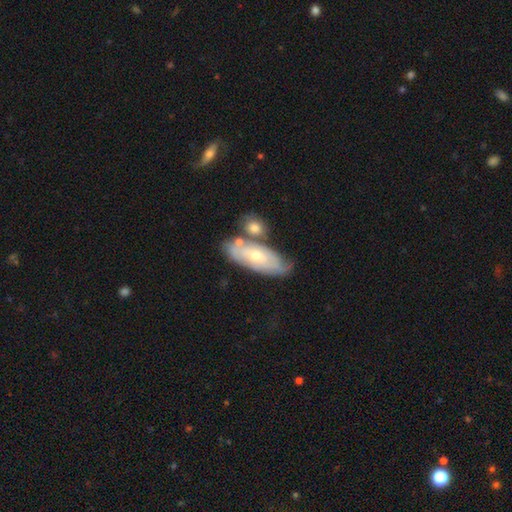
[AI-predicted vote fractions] featured or disk 53%, smooth 41%, star or artifact 6%. Down the decision tree: edge-on disk — no (82%); merging — none (52%).